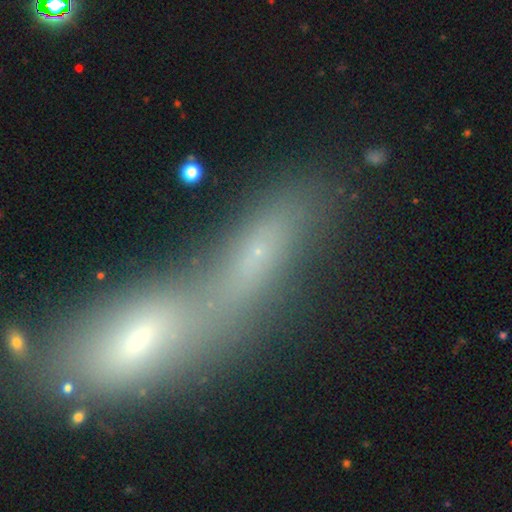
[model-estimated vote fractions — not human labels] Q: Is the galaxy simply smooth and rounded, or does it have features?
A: smooth — 52%.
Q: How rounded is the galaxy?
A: in between — 49%.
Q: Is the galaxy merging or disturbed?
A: merger — 63%.